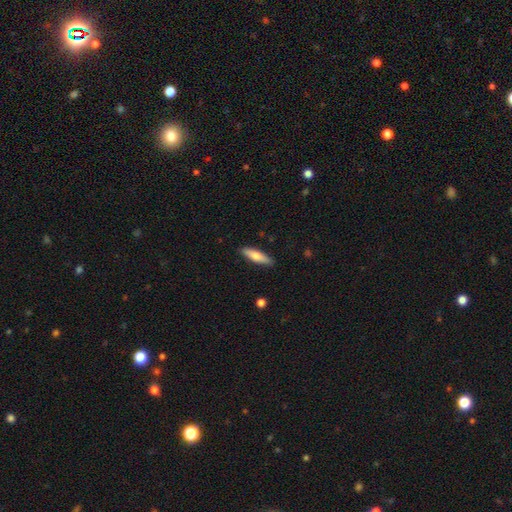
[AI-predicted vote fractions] Smooth or featured? smooth (69%)
How rounded? cigar-shaped (67%)
Merging? none (88%)